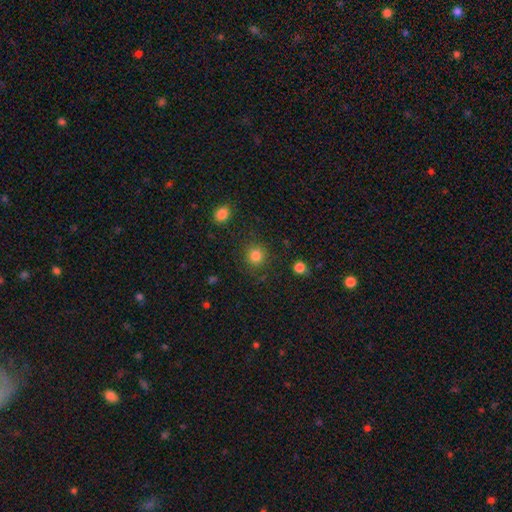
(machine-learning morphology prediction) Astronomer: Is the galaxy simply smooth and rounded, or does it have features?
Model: smooth — 83%.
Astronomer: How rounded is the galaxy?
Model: round — 90%.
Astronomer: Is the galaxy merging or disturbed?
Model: none — 87%.